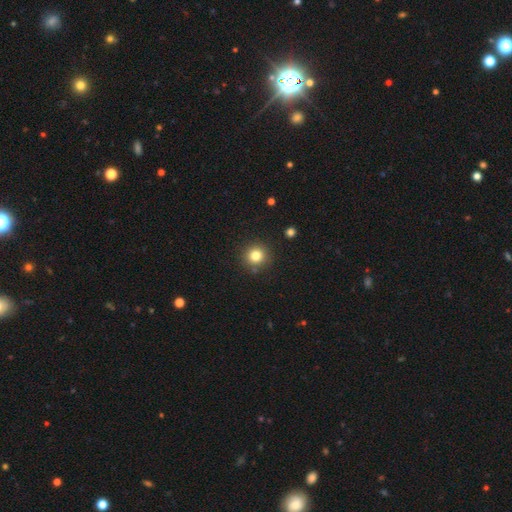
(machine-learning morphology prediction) smooth 81%, star or artifact 12%, featured or disk 7%. Down the decision tree: how rounded — round (94%); merging — none (88%).